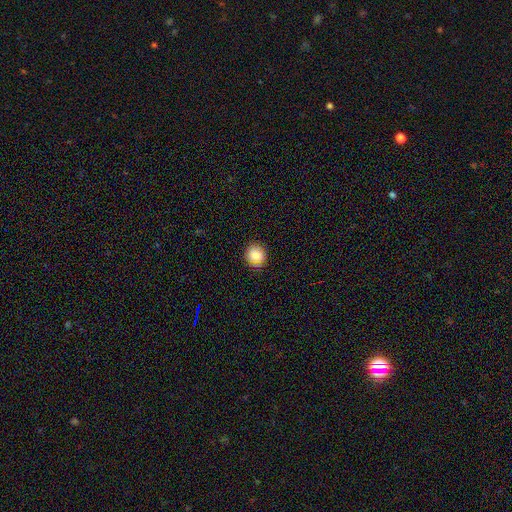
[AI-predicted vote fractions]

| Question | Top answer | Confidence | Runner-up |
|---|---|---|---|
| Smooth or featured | smooth | 80% | star or artifact (13%) |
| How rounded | round | 87% | in between (11%) |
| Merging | none | 87% | minor disturbance (9%) |